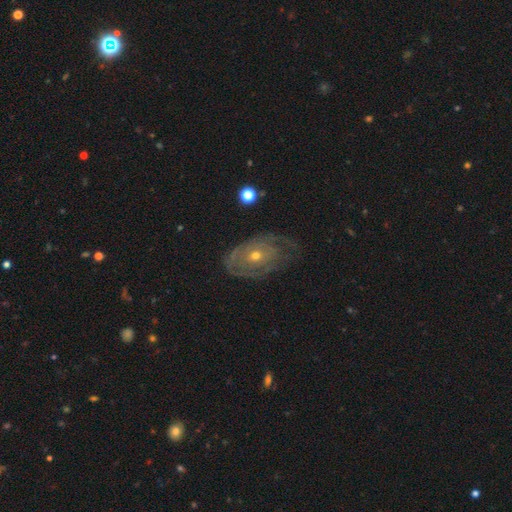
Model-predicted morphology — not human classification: The model was most divided on "bulge size": small: 50%, moderate: 47%, large: 2%, none: 1%, dominant: 1%. More confident: edge-on disk — no (94%); bar — no (84%); smooth or featured — featured or disk (75%); spiral arms — yes (73%); spiral winding — tight (68%); merging — none (56%); spiral arm count — can't tell (52%).